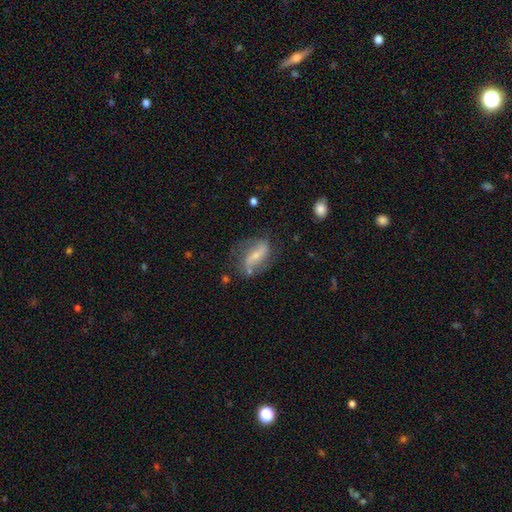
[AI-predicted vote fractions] Smooth or featured? featured or disk (66%)
Edge-on disk? no (88%)
Bar? strong (45%)
Spiral arms? yes (80%)
Bulge size? small (60%)
Merging? none (67%)